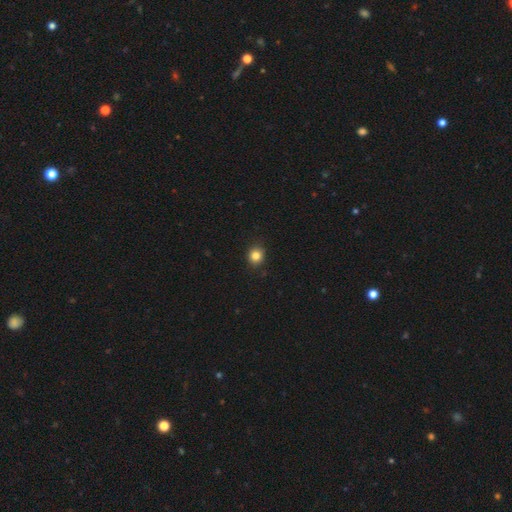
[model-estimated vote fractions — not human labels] Smooth or featured?
  - smooth: 84% *
  - star or artifact: 12%
  - featured or disk: 4%
How rounded?
  - round: 82% *
  - in between: 17%
  - cigar-shaped: 1%
Merging?
  - none: 89% *
  - minor disturbance: 8%
  - major disturbance: 2%
  - merger: 1%